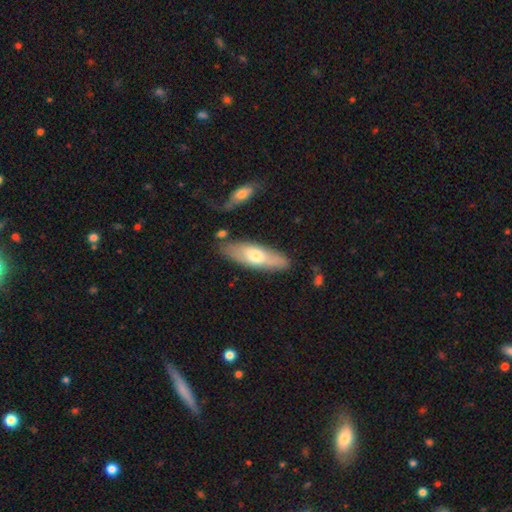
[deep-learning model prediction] Overall: smooth (60%; featured or disk 35%). How rounded: in between (52%; cigar-shaped 46%). Merging: none (80%).